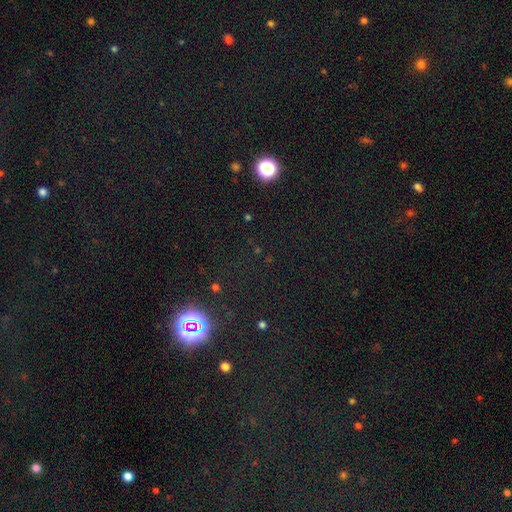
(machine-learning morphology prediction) Q: Smooth or featured?
A: star or artifact (75%); runner-up: smooth (18%)